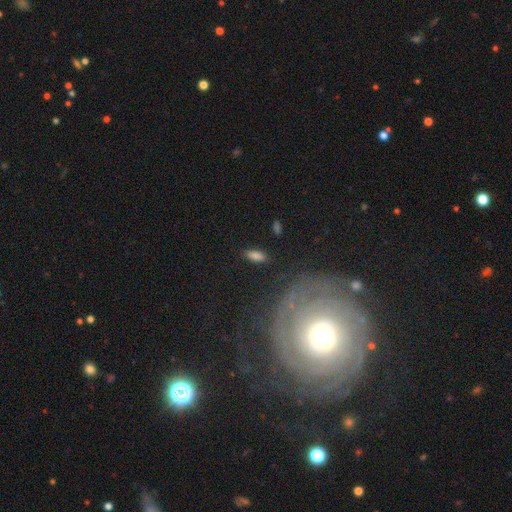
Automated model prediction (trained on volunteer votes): Overall: smooth (82%). How rounded: in between (81%). Merging: none (84%).